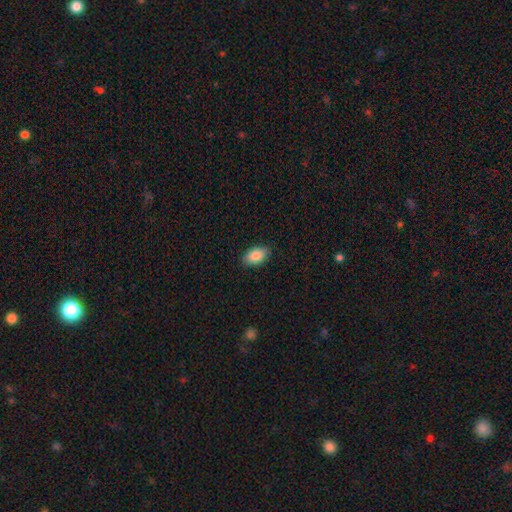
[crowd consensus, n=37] Overall: smooth (84%). How rounded: in between (94%). Merging: none (78%).